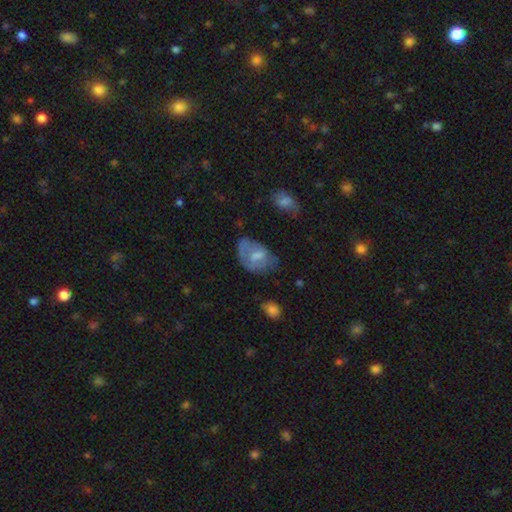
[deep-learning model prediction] smooth_or_featured: smooth (p=0.51) [alt: featured or disk p=0.40]
how_rounded: in between (p=0.82) [alt: round p=0.17]
merging: none (p=0.40) [alt: minor disturbance p=0.33]